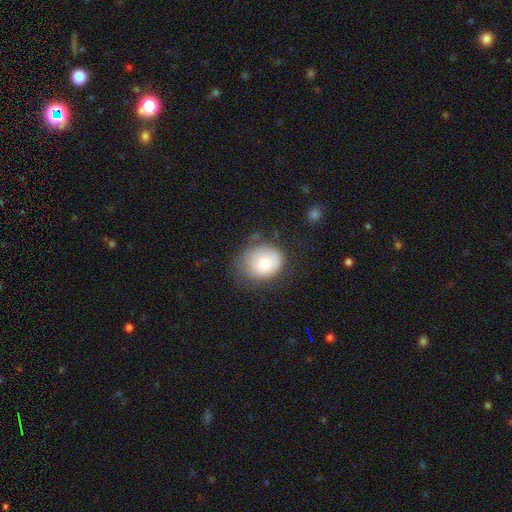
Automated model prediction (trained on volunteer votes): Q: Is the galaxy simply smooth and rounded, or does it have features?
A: smooth — 67%.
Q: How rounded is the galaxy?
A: round — 56%.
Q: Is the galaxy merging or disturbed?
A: none — 63%.